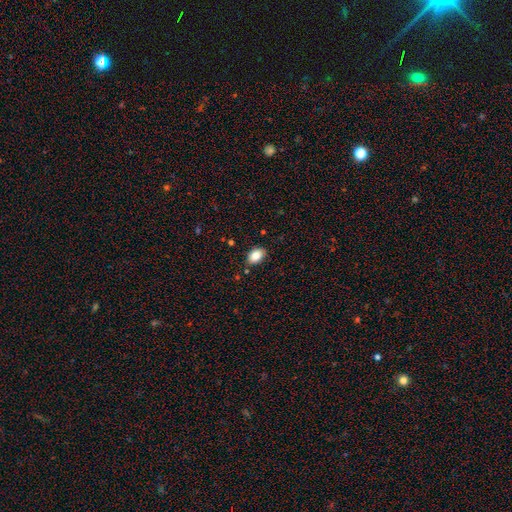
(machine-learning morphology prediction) A smooth galaxy with no disk features (86%) that is in between round and cigar-shaped (87%). Merging: none (85%).